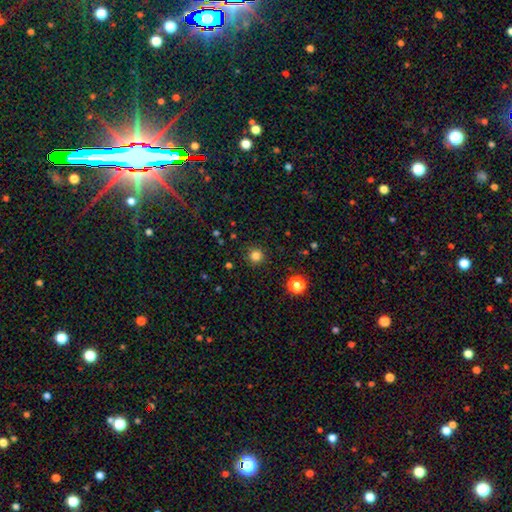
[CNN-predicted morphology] Smooth or featured? smooth (82%)
How rounded? round (95%)
Merging? none (90%)